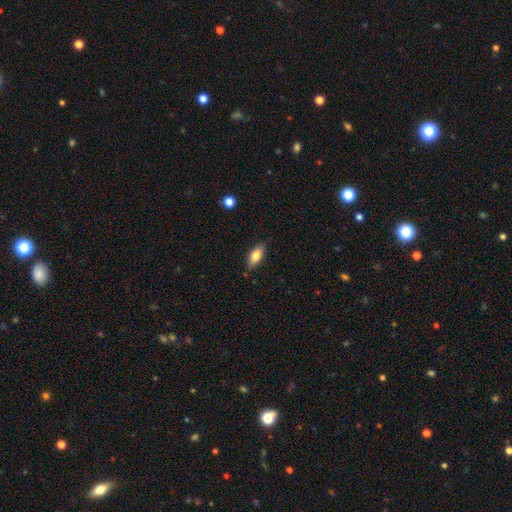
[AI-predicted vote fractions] A smooth galaxy with no disk features (78%) that is in between round and cigar-shaped (84%). Merging: none (81%).